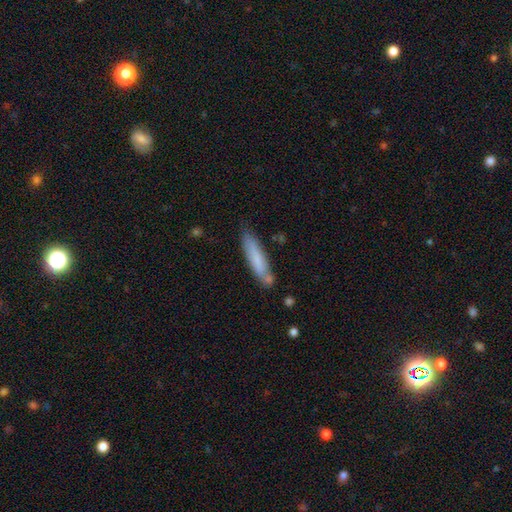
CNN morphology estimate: Q: Smooth or featured?
A: smooth (72%); runner-up: featured or disk (21%)
Q: How rounded?
A: cigar-shaped (86%); runner-up: in between (13%)
Q: Merging?
A: none (74%); runner-up: minor disturbance (17%)